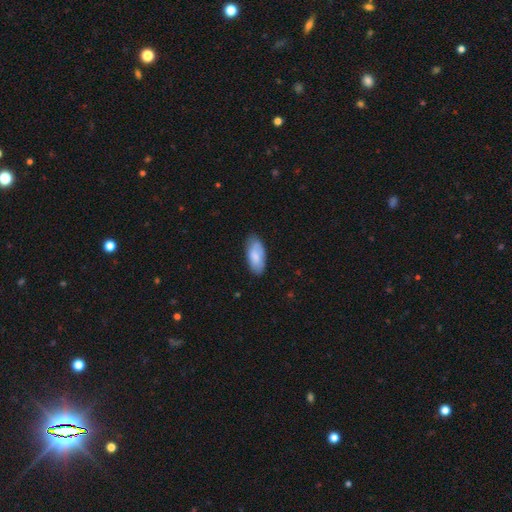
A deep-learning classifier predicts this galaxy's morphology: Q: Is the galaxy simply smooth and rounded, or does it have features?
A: smooth — 77%.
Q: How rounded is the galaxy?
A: in between — 88%.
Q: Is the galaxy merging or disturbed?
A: none — 73%.